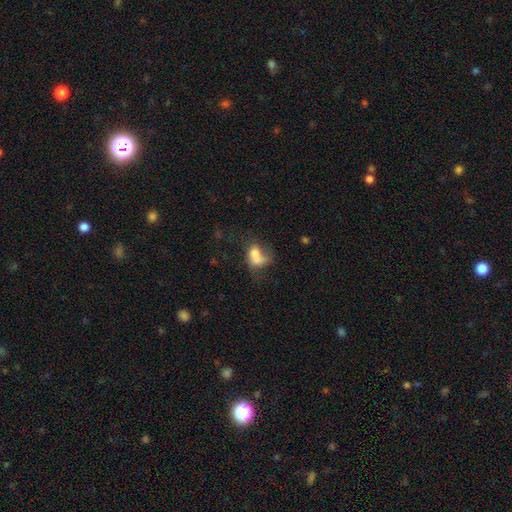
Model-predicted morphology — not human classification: This appears to be a smooth galaxy with no disk features (63%) that is in between round and cigar-shaped (76%). Merging: merger (40%).